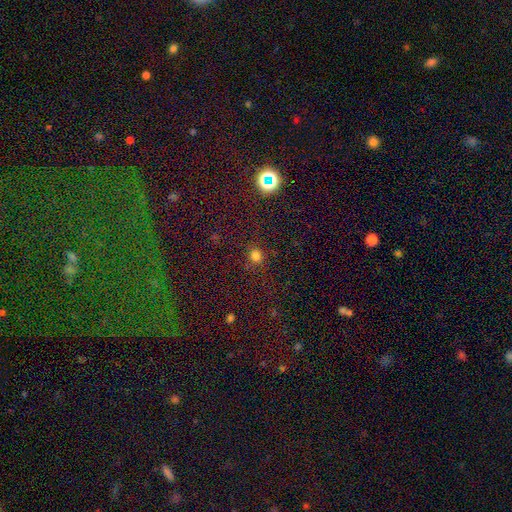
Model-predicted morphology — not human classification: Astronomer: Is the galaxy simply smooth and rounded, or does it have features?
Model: smooth — 75%.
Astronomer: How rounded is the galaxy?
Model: round — 79%.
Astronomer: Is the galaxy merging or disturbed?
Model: none — 83%.